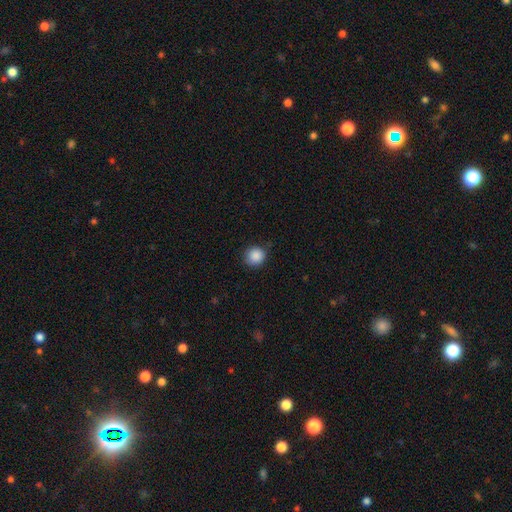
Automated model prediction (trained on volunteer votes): Smooth or featured? smooth (88%)
How rounded? round (89%)
Merging? none (79%)